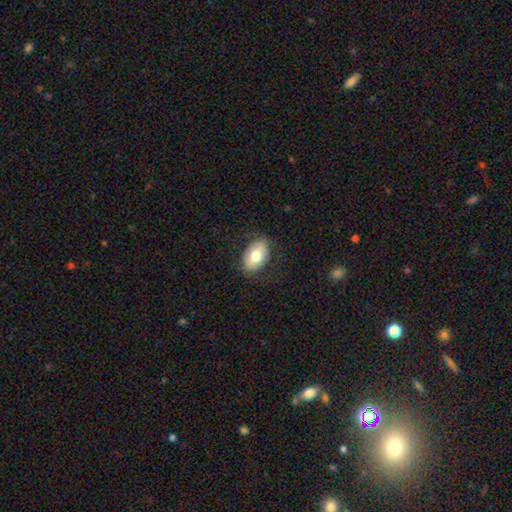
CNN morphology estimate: This appears to be a smooth galaxy with no disk features (71%) that is in between round and cigar-shaped (88%). Merging: none (81%).